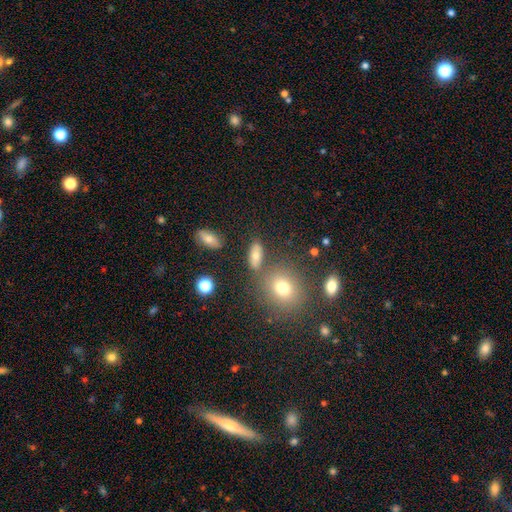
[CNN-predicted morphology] smooth 71%, featured or disk 16%, star or artifact 14%. Down the decision tree: how rounded — in between (76%); merging — none (73%).